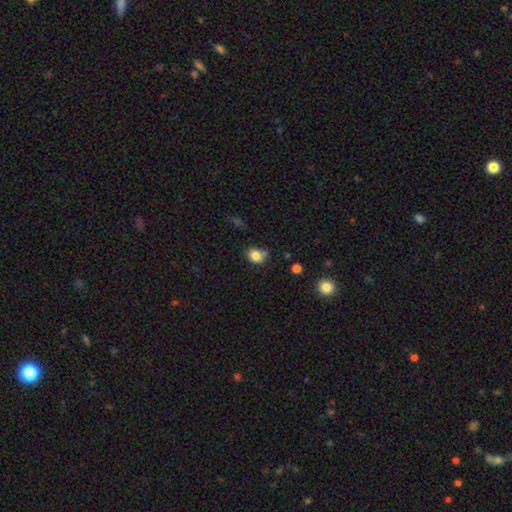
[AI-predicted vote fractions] This is clearly a smooth galaxy (82%). How rounded: possibly round (54%). Merging: possibly none (59%).